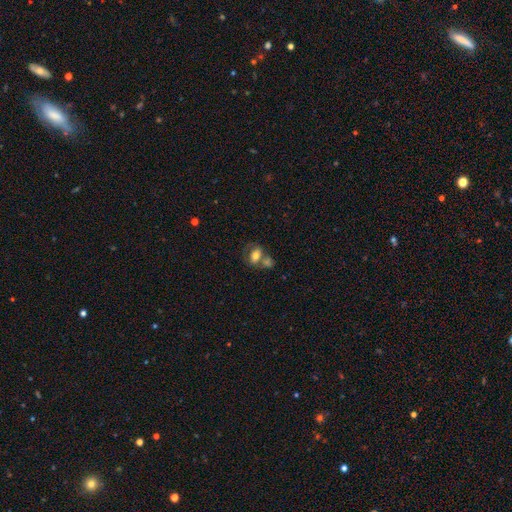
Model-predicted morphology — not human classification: Smooth or featured? Predicted: smooth (p=0.62). How rounded? Predicted: in between (p=0.71). Merging? Predicted: merger (p=0.45).